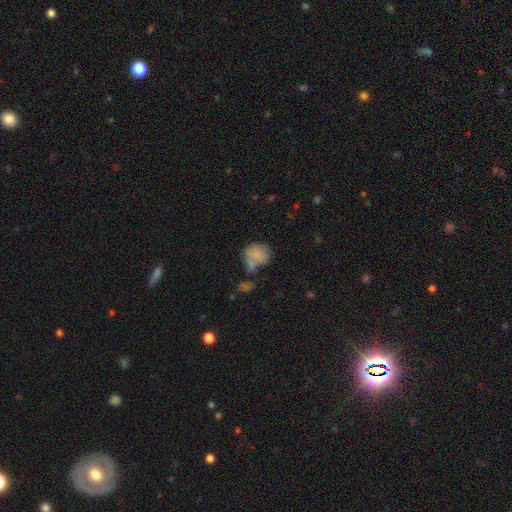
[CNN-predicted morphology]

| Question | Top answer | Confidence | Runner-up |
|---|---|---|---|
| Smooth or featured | smooth | 75% | featured or disk (16%) |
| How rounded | round | 67% | in between (32%) |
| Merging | none | 35% | merger (32%) |